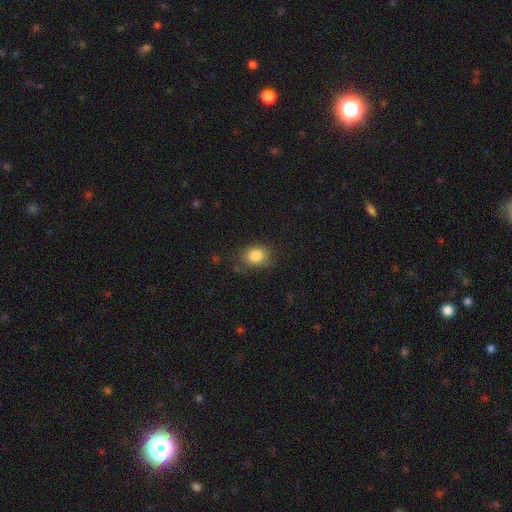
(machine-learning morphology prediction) Q: Smooth or featured?
A: smooth (84%); runner-up: star or artifact (10%)
Q: How rounded?
A: round (55%); runner-up: in between (43%)
Q: Merging?
A: none (73%); runner-up: minor disturbance (20%)